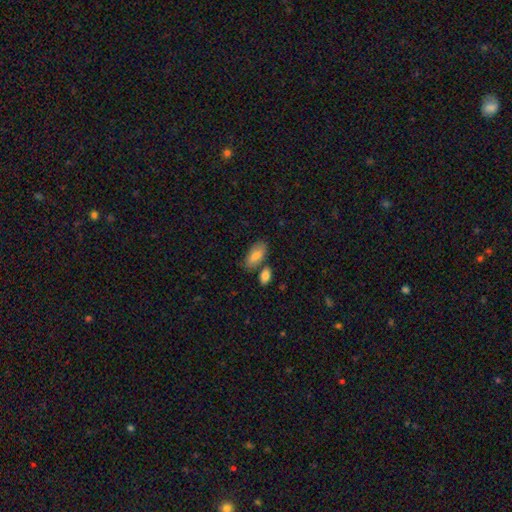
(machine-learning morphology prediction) Smooth or featured? smooth (78%)
How rounded? in between (91%)
Merging? none (64%)